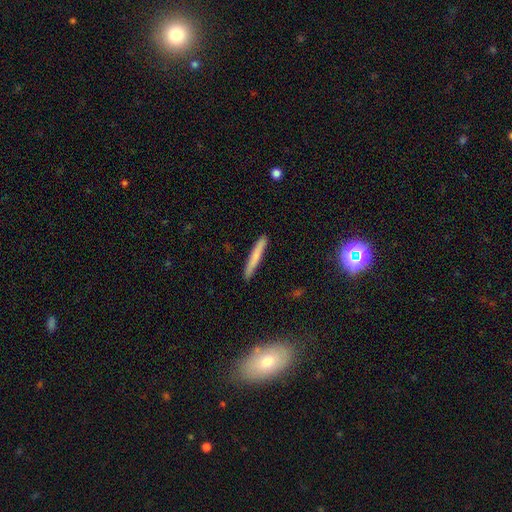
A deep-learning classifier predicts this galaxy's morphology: Smooth or featured? smooth (70%)
How rounded? cigar-shaped (96%)
Merging? none (90%)